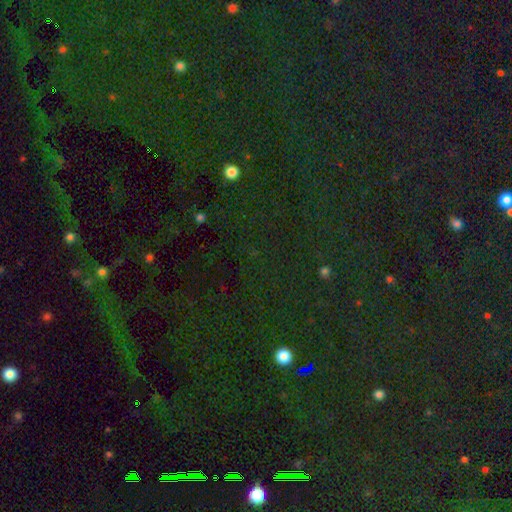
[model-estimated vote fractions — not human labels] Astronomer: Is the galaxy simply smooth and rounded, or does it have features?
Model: star or artifact — 79%.